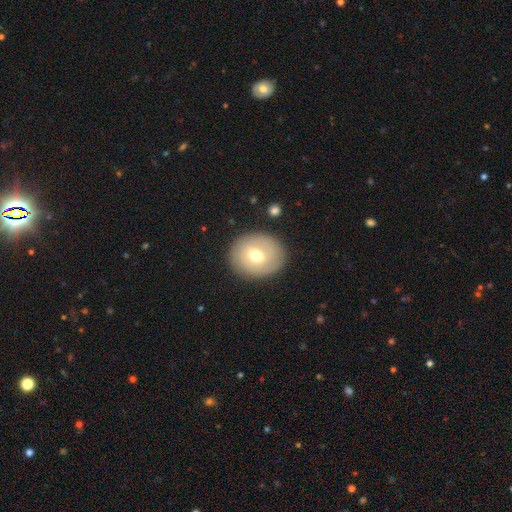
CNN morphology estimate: Smooth or featured: smooth — 61% (featured or disk — 30%)
How rounded: round — 62% (in between — 37%)
Merging: none — 85% (minor disturbance — 10%)